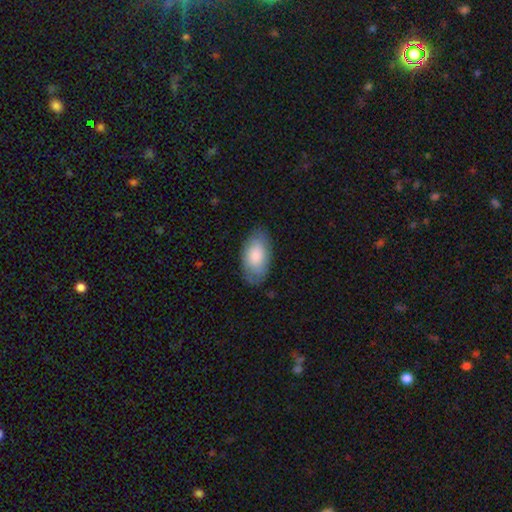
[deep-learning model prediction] Smooth or featured: smooth — 81% (featured or disk — 14%)
How rounded: in between — 94% (round — 4%)
Merging: none — 77% (minor disturbance — 17%)